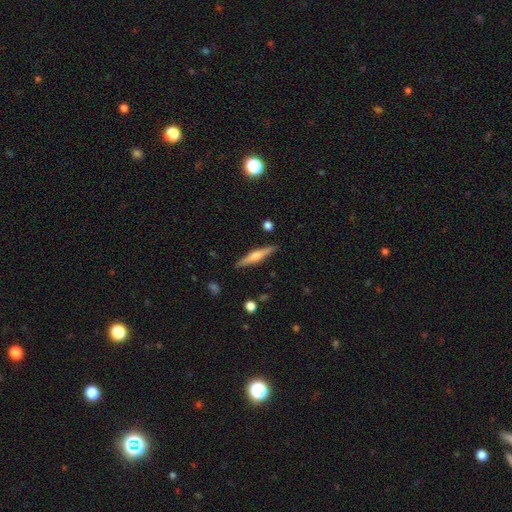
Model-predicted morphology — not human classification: featured or disk 61%, smooth 33%, star or artifact 6%. Down the decision tree: edge-on disk — yes (97%); edge-on bulge — rounded (85%); merging — none (90%).